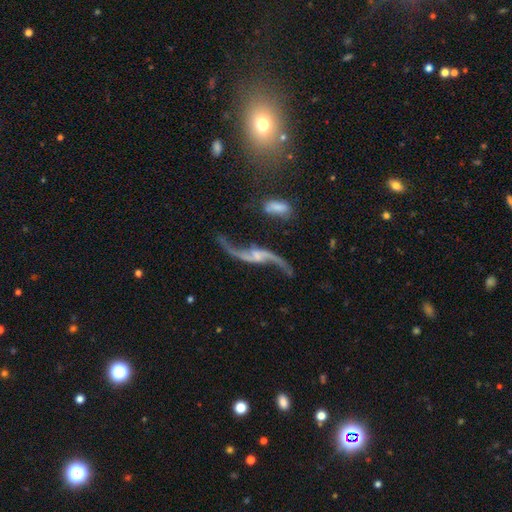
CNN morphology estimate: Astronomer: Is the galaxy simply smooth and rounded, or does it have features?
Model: featured or disk — 90%.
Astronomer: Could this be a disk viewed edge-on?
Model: no — 91%.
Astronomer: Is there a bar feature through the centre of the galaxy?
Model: no — 48% (runner-up: weak, 37%).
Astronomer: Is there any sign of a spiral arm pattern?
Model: yes — 96%.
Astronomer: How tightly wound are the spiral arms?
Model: loose — 94%.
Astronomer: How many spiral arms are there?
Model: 2 — 94%.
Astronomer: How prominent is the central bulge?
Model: small — 50%.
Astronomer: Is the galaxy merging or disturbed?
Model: none — 66%.